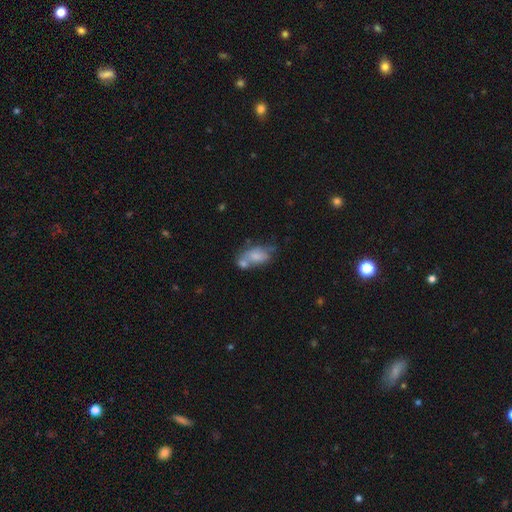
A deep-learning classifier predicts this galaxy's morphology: smooth 67%, featured or disk 25%, star or artifact 8%. Down the decision tree: how rounded — in between (88%); merging — merger (43%).